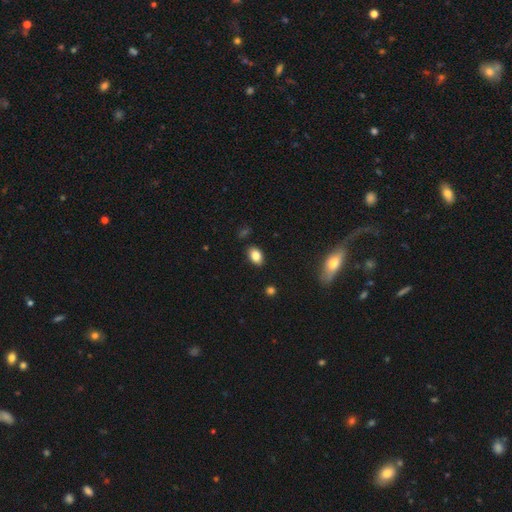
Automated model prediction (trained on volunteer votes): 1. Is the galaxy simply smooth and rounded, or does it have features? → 85% smooth, 9% star or artifact, 6% featured or disk.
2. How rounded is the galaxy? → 85% in between, 14% round, 1% cigar-shaped.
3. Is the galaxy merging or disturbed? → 86% none, 10% minor disturbance, 2% major disturbance, 2% merger.